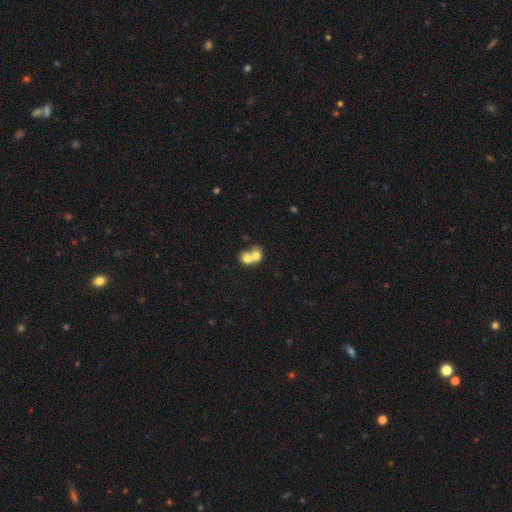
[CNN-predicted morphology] The model was most divided on "how rounded": round: 63%, in between: 36%, cigar-shaped: 1%. More confident: merging — merger (76%); smooth or featured — smooth (70%).